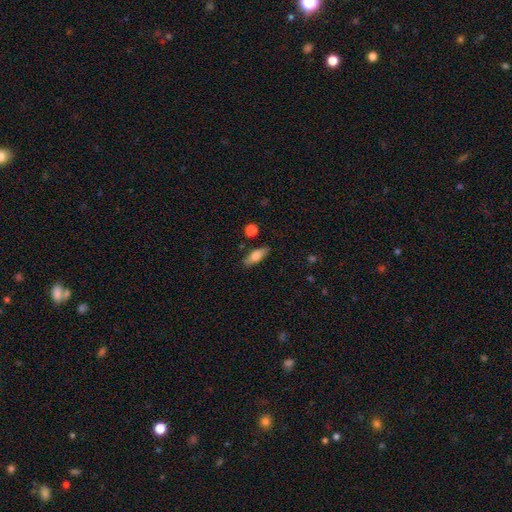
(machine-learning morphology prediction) This is likely a smooth galaxy (74%). How rounded: likely in between (60%). Merging: clearly none (82%).